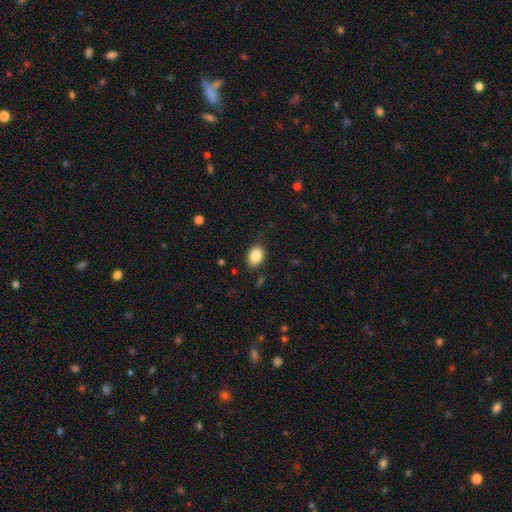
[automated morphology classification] type=smooth (86%); roundness=in between (73%); merging=none (80%).